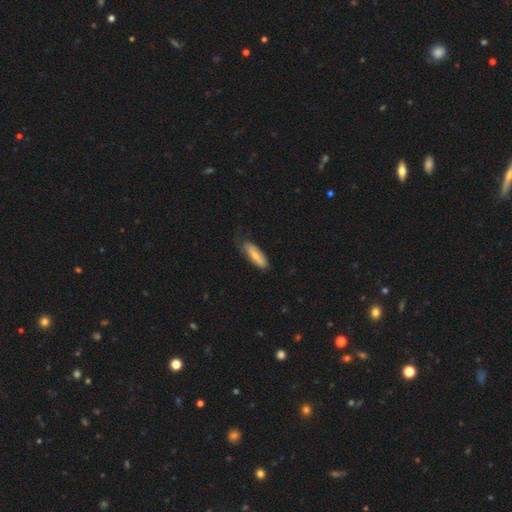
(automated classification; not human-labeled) Smooth or featured?
  - smooth: 66% *
  - featured or disk: 28%
  - star or artifact: 6%
How rounded?
  - in between: 56% *
  - cigar-shaped: 42%
  - round: 2%
Merging?
  - none: 56% *
  - minor disturbance: 32%
  - major disturbance: 11%
  - merger: 2%